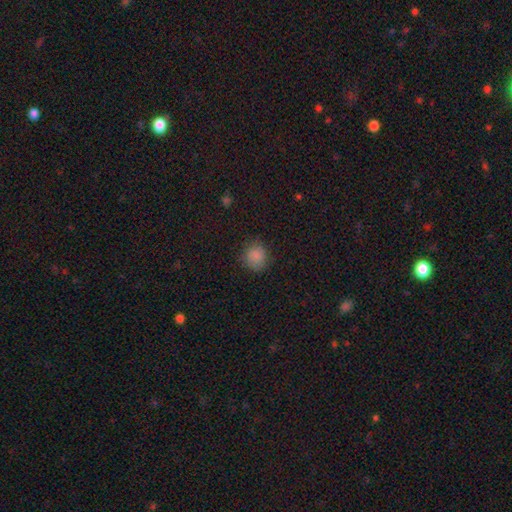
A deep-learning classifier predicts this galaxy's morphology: This appears to be a smooth galaxy with no disk features (85%) that is round (86%). Merging: none (82%).